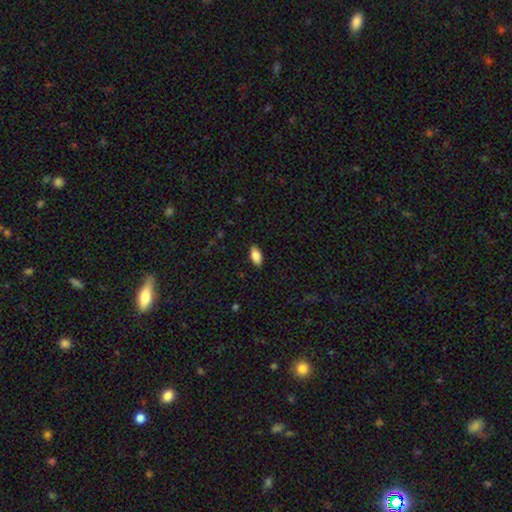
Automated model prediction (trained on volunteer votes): A smooth galaxy with no disk features (85%) that is in between round and cigar-shaped (91%). Merging: none (88%).